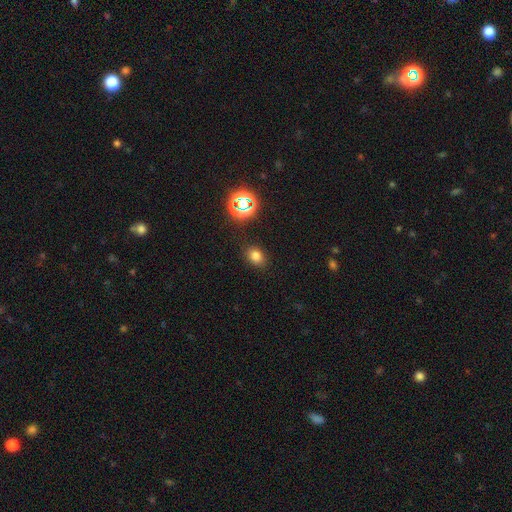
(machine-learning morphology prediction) Overall: smooth (74%). How rounded: in between (64%; round 35%). Merging: none (86%).